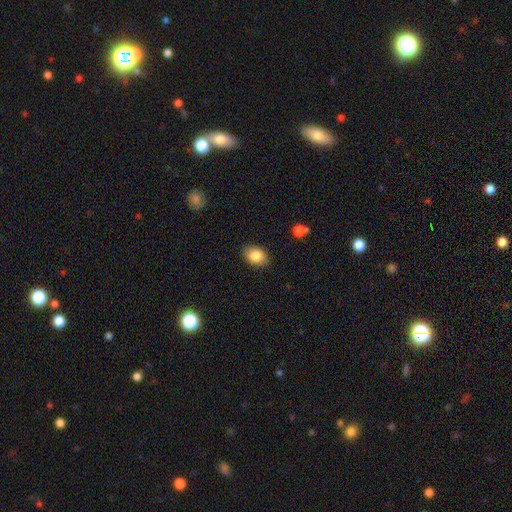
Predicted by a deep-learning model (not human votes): Q: Smooth or featured?
A: smooth (85%); runner-up: star or artifact (8%)
Q: How rounded?
A: in between (77%); runner-up: round (22%)
Q: Merging?
A: none (85%); runner-up: minor disturbance (11%)